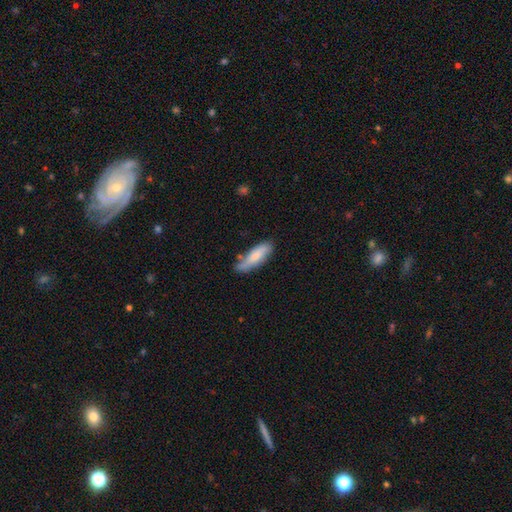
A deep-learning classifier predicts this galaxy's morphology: A smooth galaxy with no disk features (73%) that is in between round and cigar-shaped (51%).

Vote fractions:
- Smooth or featured? smooth: 73% / featured or disk: 21% / star or artifact: 6%
- How rounded? in between: 51% / cigar-shaped: 48% / round: 2%
- Merging? none: 64% / minor disturbance: 25% / merger: 6% / major disturbance: 5%